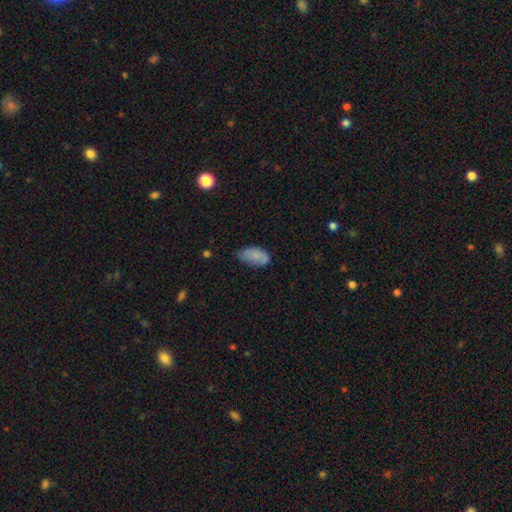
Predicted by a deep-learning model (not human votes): This is clearly a smooth galaxy (81%). How rounded: clearly in between (93%). Merging: possibly none (54%).